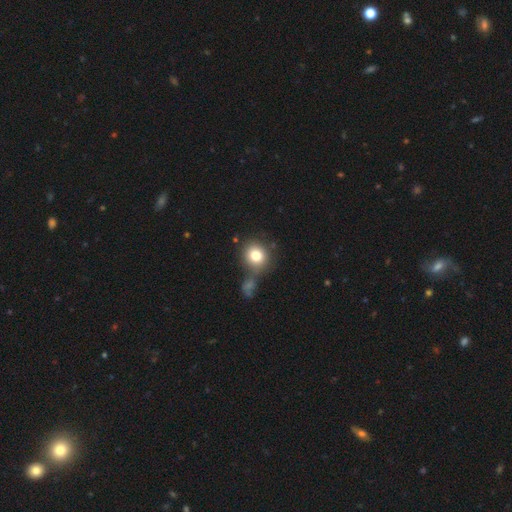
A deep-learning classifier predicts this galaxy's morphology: Smooth or featured? smooth (79%)
How rounded? round (87%)
Merging? none (64%)